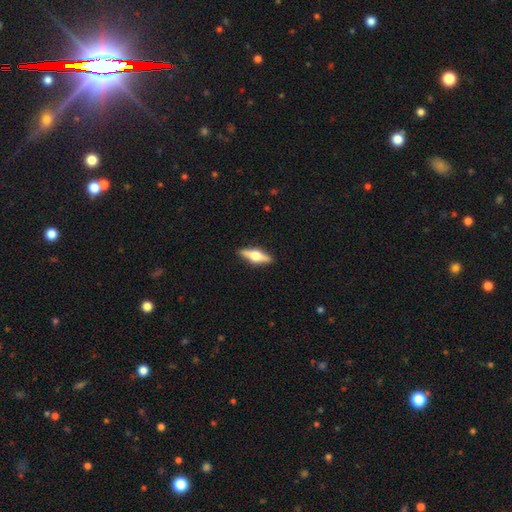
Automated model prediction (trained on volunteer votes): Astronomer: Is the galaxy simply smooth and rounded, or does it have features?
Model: featured or disk — 64%.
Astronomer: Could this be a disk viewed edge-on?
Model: yes — 96%.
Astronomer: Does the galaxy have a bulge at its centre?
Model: rounded — 95%.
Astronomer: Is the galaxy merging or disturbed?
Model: none — 91%.